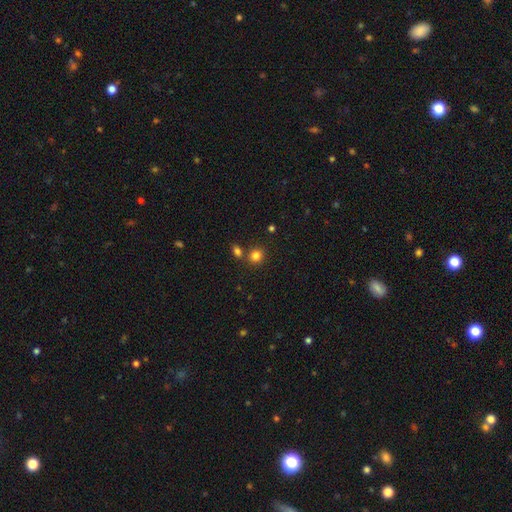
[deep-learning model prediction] smooth_or_featured: smooth (p=0.82) [alt: star or artifact p=0.13]
how_rounded: round (p=0.81) [alt: in between p=0.18]
merging: none (p=0.71) [alt: merger p=0.18]